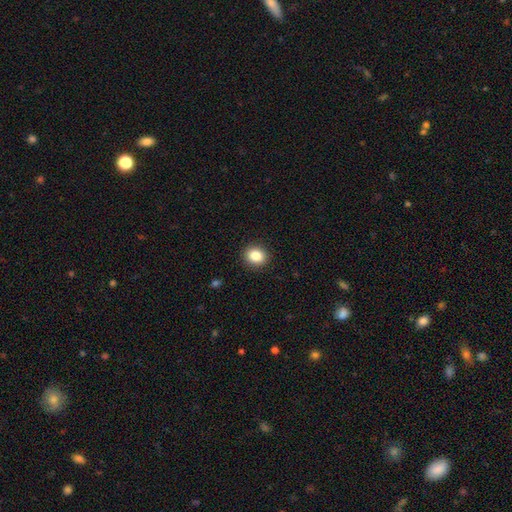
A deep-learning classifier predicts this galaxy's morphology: Overall: smooth (85%). How rounded: round (65%; in between 34%). Merging: none (91%).